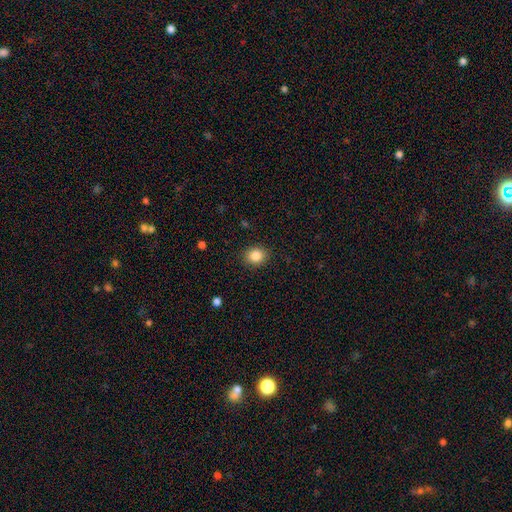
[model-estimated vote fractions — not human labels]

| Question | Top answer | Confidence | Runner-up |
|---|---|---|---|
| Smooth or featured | smooth | 85% | star or artifact (10%) |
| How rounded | round | 70% | in between (29%) |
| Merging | none | 89% | minor disturbance (8%) |